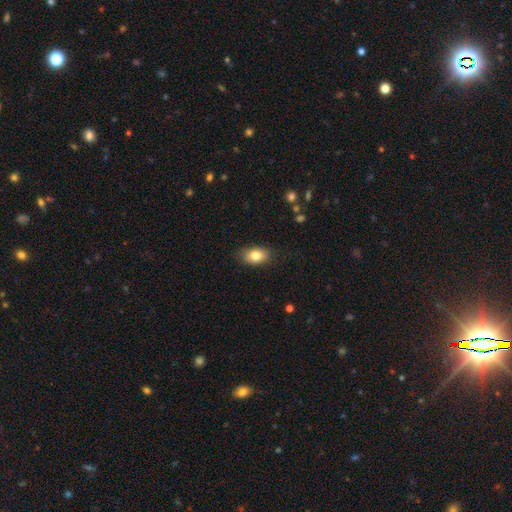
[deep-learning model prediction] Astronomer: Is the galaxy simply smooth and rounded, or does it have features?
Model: smooth — 82%.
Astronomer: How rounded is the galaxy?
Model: in between — 87%.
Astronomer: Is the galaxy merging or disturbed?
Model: none — 84%.